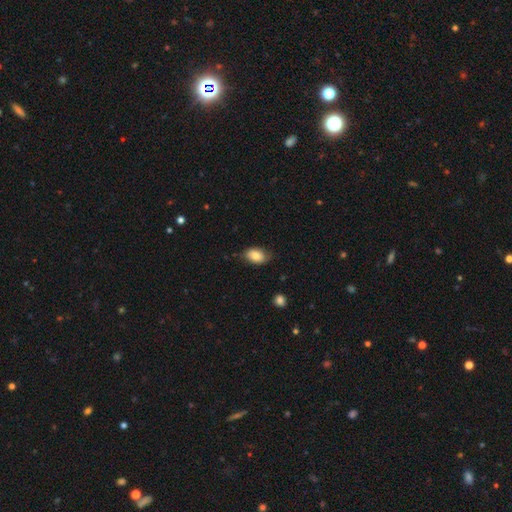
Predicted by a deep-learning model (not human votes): This is clearly a smooth galaxy (81%). How rounded: clearly in between (87%). Merging: likely none (70%).